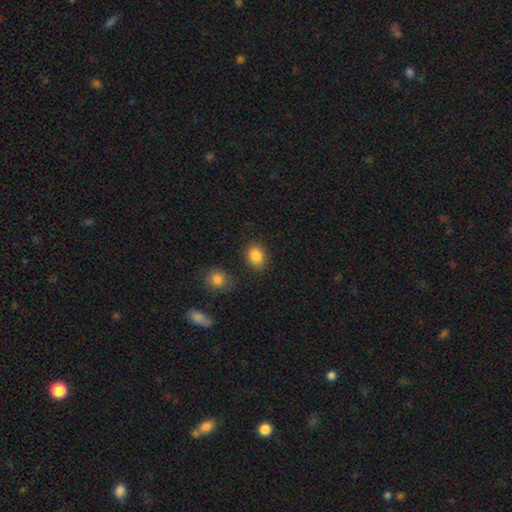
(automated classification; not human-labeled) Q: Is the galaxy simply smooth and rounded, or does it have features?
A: smooth — 87%.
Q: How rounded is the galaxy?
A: in between — 66%.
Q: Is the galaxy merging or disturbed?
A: none — 82%.